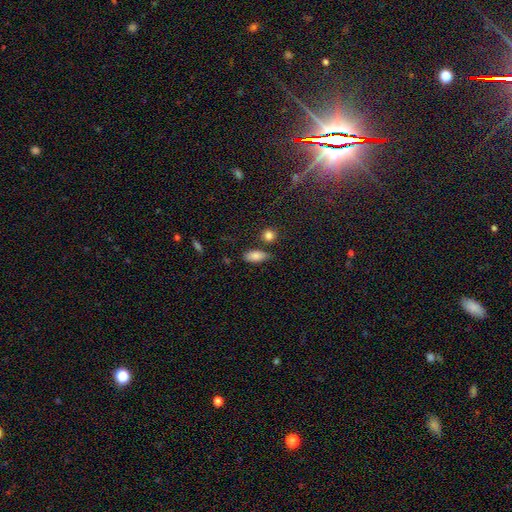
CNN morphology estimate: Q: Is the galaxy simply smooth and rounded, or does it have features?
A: smooth — 83%.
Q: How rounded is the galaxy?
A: in between — 86%.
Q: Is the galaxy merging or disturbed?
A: none — 68%.